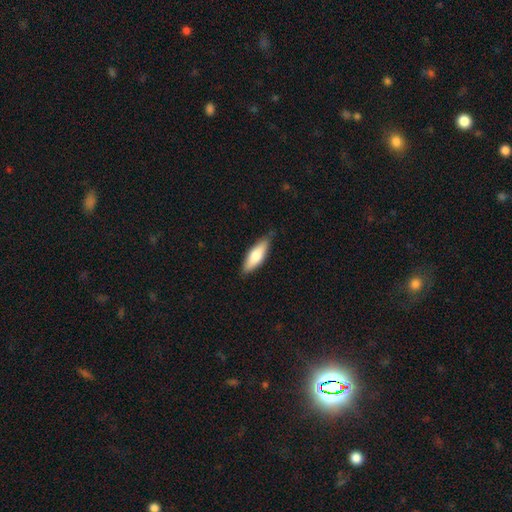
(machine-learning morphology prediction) smooth_or_featured: smooth (p=0.69) [alt: featured or disk p=0.26]
how_rounded: in between (p=0.52) [alt: cigar-shaped p=0.46]
merging: none (p=0.82) [alt: minor disturbance p=0.14]